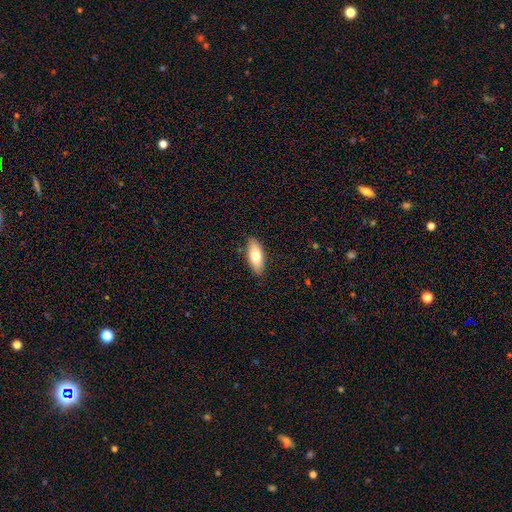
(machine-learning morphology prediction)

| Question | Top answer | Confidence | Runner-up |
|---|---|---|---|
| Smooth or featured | smooth | 74% | featured or disk (20%) |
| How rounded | in between | 80% | cigar-shaped (18%) |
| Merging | none | 88% | minor disturbance (9%) |